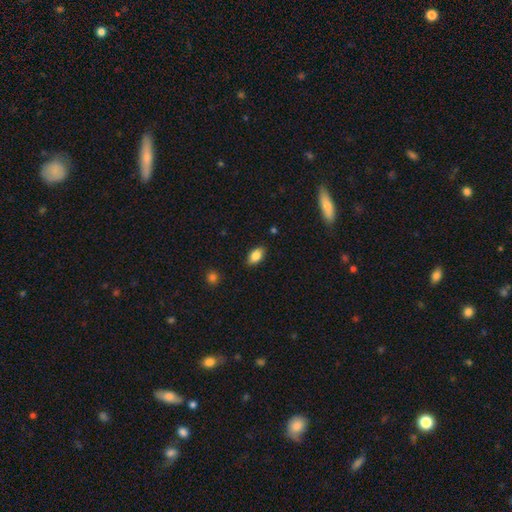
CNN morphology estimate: This appears to be a smooth galaxy with no disk features (84%) that is in between round and cigar-shaped (90%). Merging: none (87%).